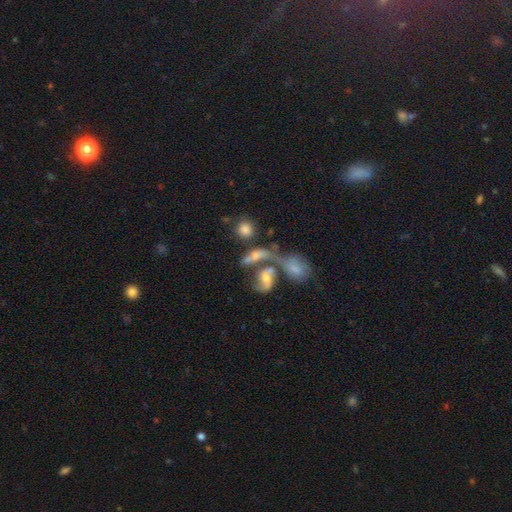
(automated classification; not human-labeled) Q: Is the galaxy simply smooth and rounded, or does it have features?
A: smooth — 50%.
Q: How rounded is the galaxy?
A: in between — 62%.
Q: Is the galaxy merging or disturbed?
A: merger — 52%.